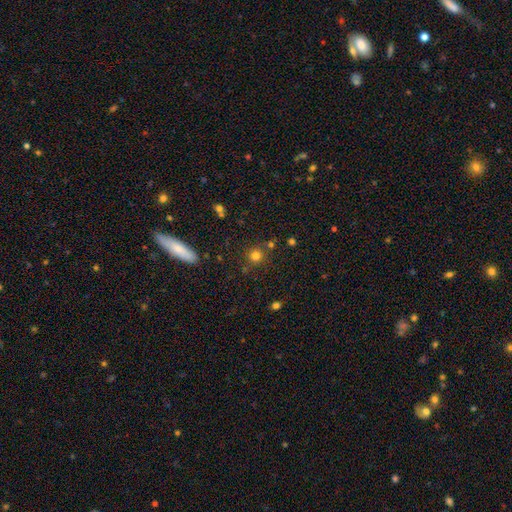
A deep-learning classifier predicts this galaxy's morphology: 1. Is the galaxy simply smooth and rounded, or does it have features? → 77% smooth, 16% star or artifact, 6% featured or disk.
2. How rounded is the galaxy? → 91% round, 8% in between, 1% cigar-shaped.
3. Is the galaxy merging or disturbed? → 79% none, 9% minor disturbance, 8% merger, 4% major disturbance.